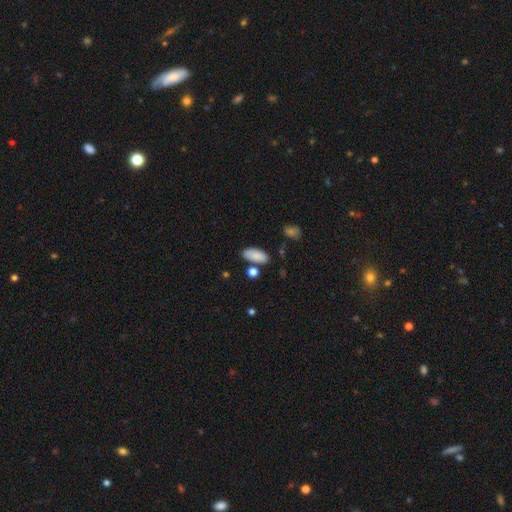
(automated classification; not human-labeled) A smooth galaxy with no disk features (87%) that is in between round and cigar-shaped (90%). Merging: none (76%).